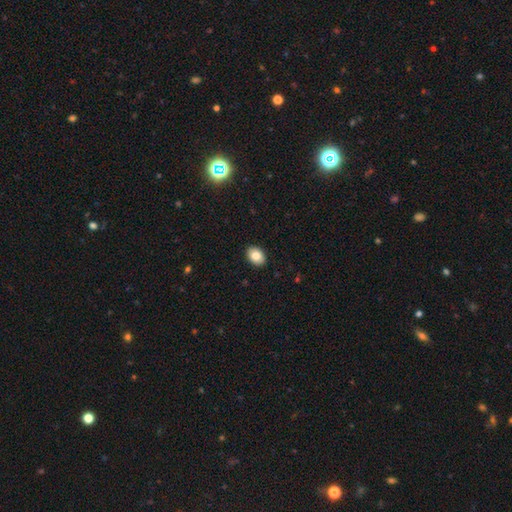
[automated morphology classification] This is clearly a smooth galaxy (83%). How rounded: likely in between (74%). Merging: clearly none (91%).